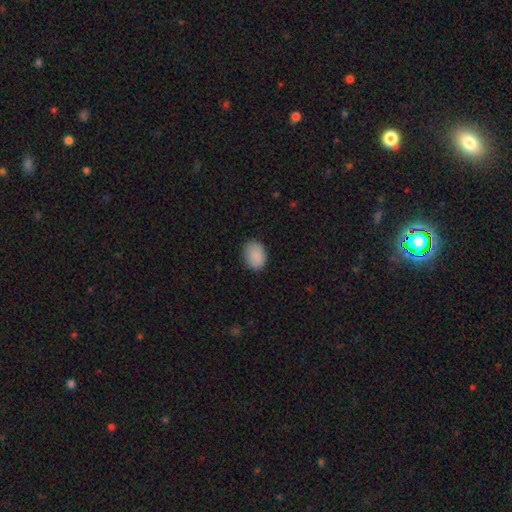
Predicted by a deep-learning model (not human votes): smooth-or-featured: smooth: 89% | star or artifact: 8% | featured or disk: 4%
  how-rounded: in between: 69% | round: 30% | cigar-shaped: 1%
  merging: none: 83% | minor disturbance: 14% | major disturbance: 3% | merger: 1%